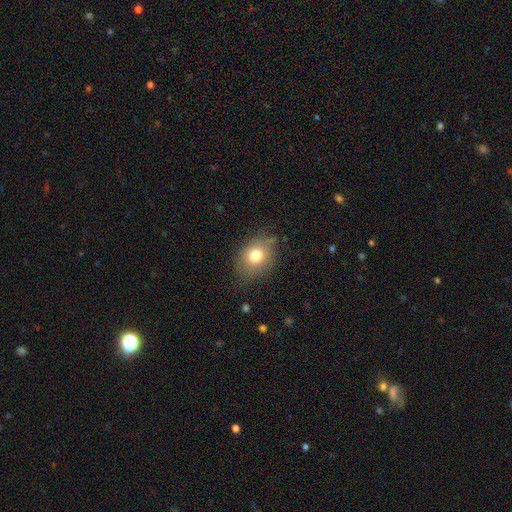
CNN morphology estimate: A smooth galaxy with no disk features (75%) that is in between round and cigar-shaped (58%). Merging: none (67%).